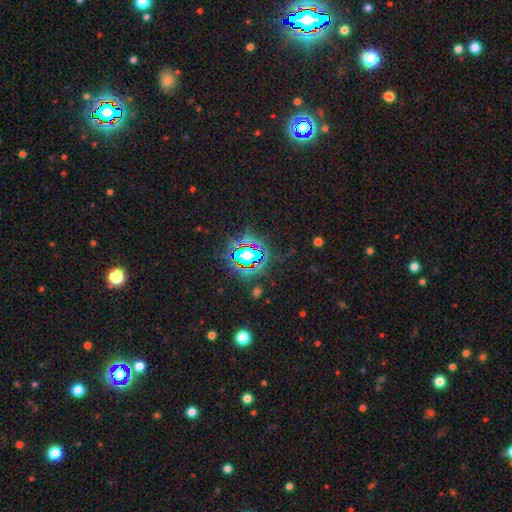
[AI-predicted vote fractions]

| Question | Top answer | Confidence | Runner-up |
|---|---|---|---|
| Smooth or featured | star or artifact | 81% | smooth (11%) |